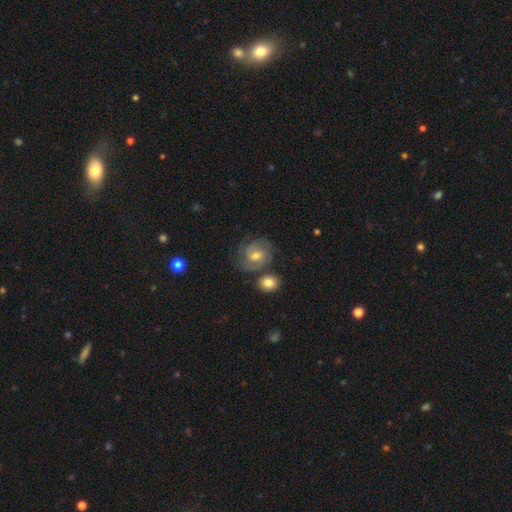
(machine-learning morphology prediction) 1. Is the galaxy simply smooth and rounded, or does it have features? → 63% featured or disk, 29% smooth, 8% star or artifact.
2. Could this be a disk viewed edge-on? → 97% no, 3% yes.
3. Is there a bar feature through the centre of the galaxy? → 46% weak, 45% no, 9% strong.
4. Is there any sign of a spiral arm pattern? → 89% yes, 11% no.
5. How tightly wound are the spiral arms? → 49% tight, 40% medium, 11% loose.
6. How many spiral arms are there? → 43% 2, 26% can't tell, 20% 3, 4% 4, 4% 1, 3% more than 4.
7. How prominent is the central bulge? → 61% moderate, 33% small, 4% large, 2% none, 1% dominant.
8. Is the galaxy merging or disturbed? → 65% none, 17% minor disturbance, 12% merger, 7% major disturbance.